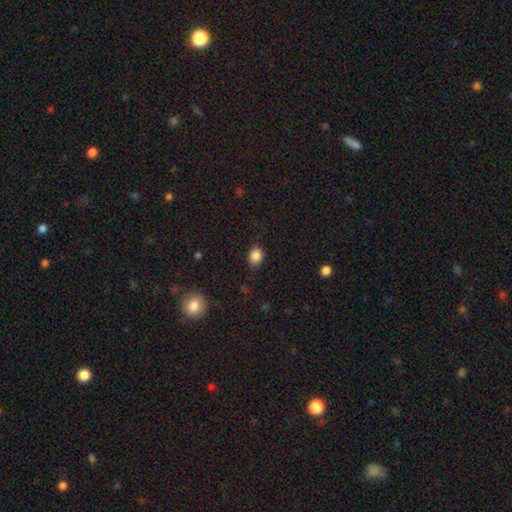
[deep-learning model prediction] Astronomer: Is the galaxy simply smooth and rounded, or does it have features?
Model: smooth — 85%.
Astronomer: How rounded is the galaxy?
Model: round — 55% (runner-up: in between, 44%).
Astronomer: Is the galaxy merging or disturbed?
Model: none — 80%.